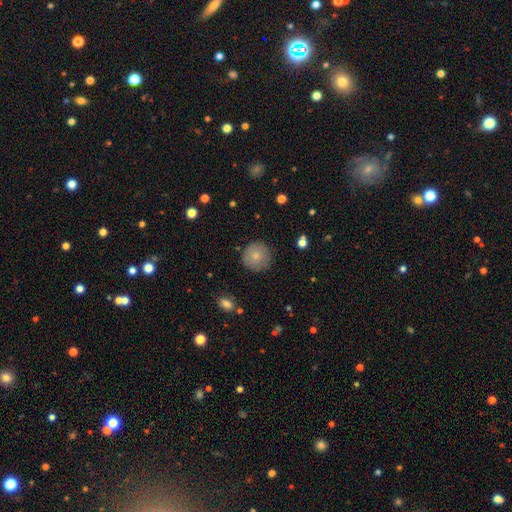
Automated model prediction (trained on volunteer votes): Smooth or featured: smooth — 78% (featured or disk — 14%)
How rounded: round — 95% (in between — 4%)
Merging: none — 86% (minor disturbance — 10%)